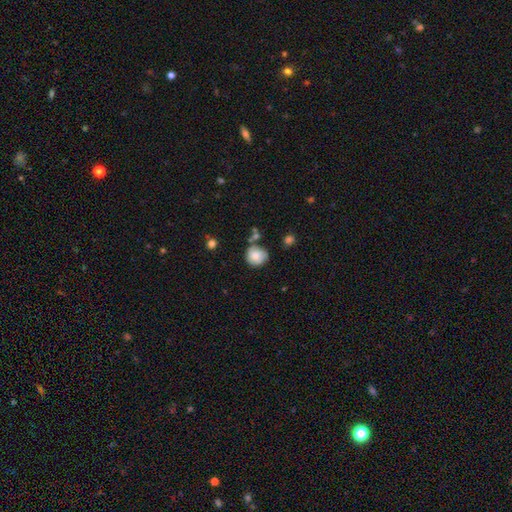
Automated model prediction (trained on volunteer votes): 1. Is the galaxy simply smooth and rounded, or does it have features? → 78% smooth, 13% featured or disk, 9% star or artifact.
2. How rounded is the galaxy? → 84% round, 15% in between, 1% cigar-shaped.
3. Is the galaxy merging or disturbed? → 59% none, 24% minor disturbance, 10% merger, 6% major disturbance.